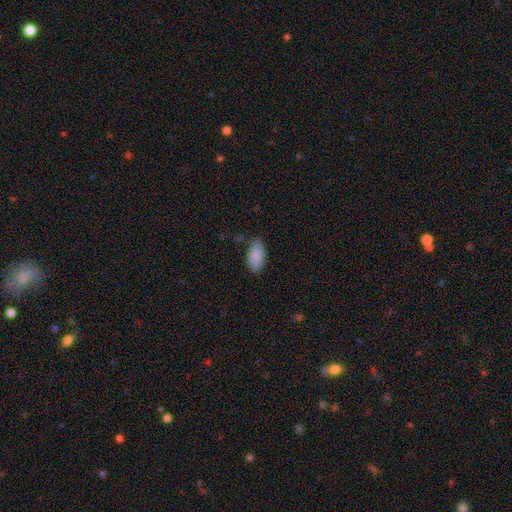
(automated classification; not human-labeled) Q: Smooth or featured?
A: smooth (89%); runner-up: star or artifact (6%)
Q: How rounded?
A: in between (94%); runner-up: cigar-shaped (4%)
Q: Merging?
A: none (81%); runner-up: minor disturbance (15%)